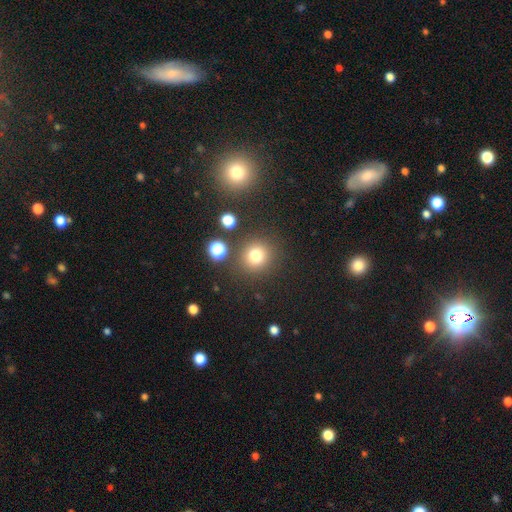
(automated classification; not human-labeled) smooth 77%, star or artifact 16%, featured or disk 7%. Down the decision tree: how rounded — round (91%); merging — none (84%).